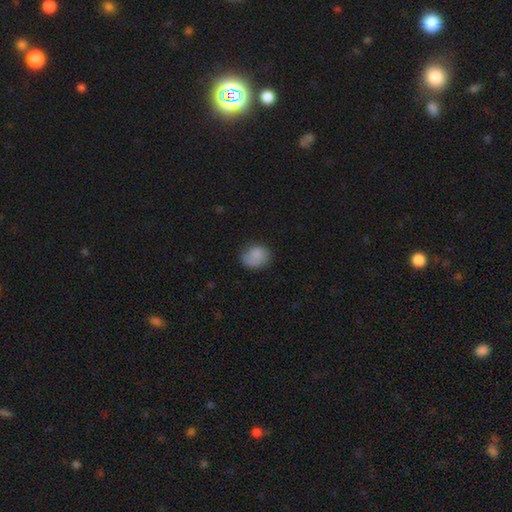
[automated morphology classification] This is likely a smooth galaxy (80%). How rounded: likely round (61%). Merging: likely none (65%).